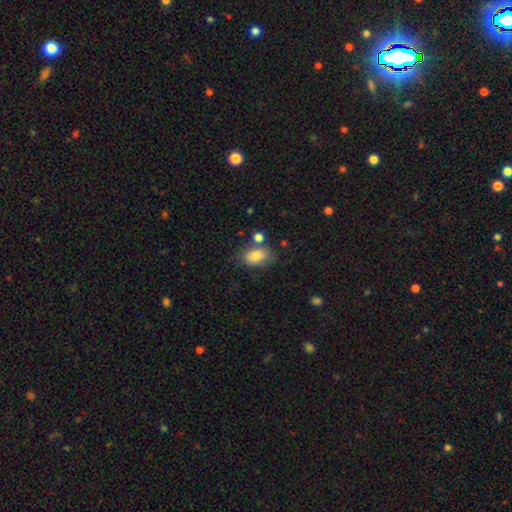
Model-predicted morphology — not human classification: smooth_or_featured: smooth (p=0.81) [alt: featured or disk p=0.11]
how_rounded: in between (p=0.84) [alt: round p=0.14]
merging: none (p=0.66) [alt: minor disturbance p=0.16]